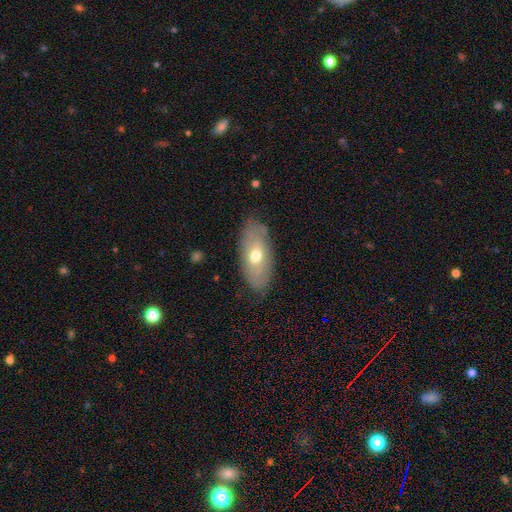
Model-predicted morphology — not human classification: A smooth galaxy with no disk features (53%) that is in between round and cigar-shaped (90%).

Vote fractions:
- Smooth or featured? smooth: 53% / featured or disk: 41% / star or artifact: 7%
- How rounded? in between: 90% / cigar-shaped: 7% / round: 4%
- Merging? none: 81% / minor disturbance: 15% / major disturbance: 4% / merger: 1%